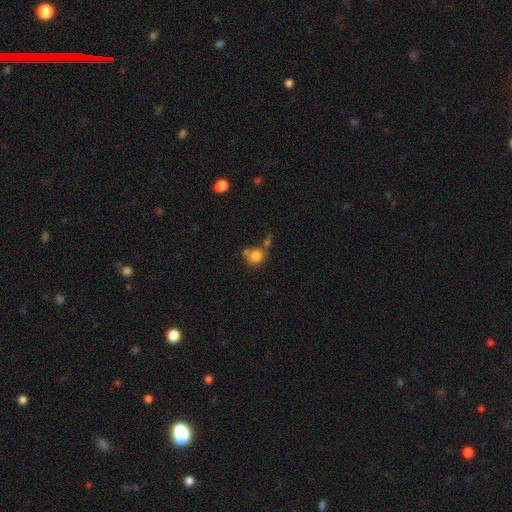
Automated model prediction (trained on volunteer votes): Smooth or featured: smooth — 80% (star or artifact — 11%)
How rounded: round — 84% (in between — 15%)
Merging: none — 50% (merger — 25%)